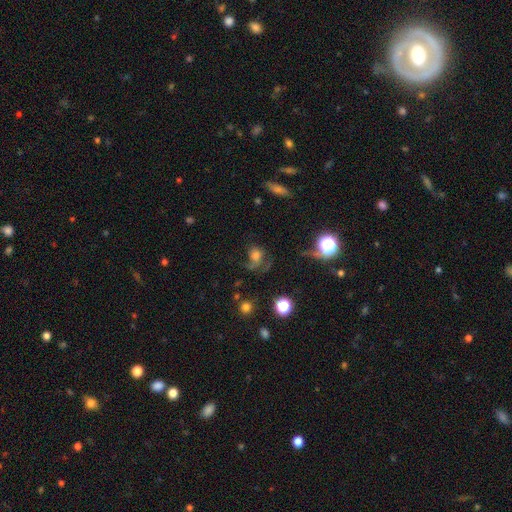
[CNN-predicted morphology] Smooth or featured? smooth (44%)
Merging? major disturbance (39%)